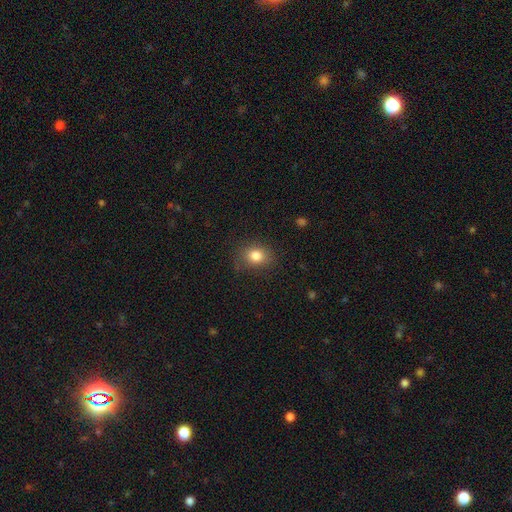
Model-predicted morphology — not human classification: Smooth or featured? smooth (82%)
How rounded? in between (51%)
Merging? none (81%)